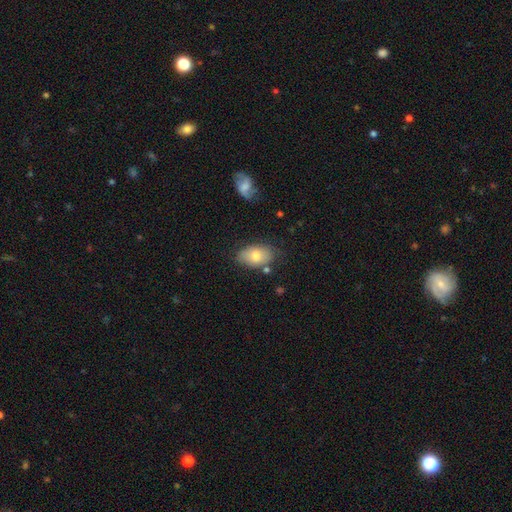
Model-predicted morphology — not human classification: smooth_or_featured: smooth (p=0.76) [alt: featured or disk p=0.17]
how_rounded: in between (p=0.92) [alt: round p=0.07]
merging: none (p=0.70) [alt: minor disturbance p=0.20]